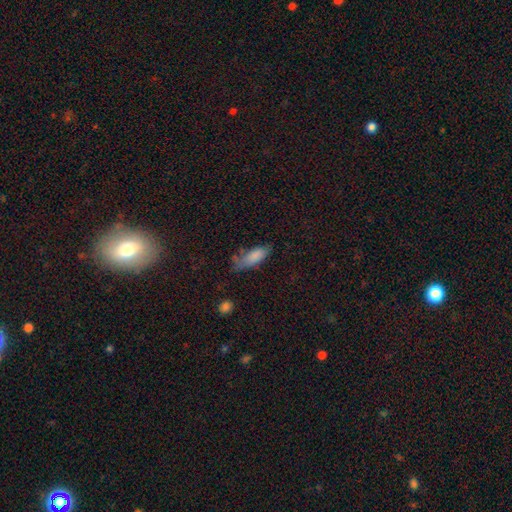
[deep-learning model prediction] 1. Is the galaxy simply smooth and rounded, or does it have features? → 81% smooth, 10% featured or disk, 9% star or artifact.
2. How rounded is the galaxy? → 73% in between, 24% cigar-shaped, 2% round.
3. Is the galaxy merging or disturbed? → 47% none, 34% minor disturbance, 14% major disturbance, 5% merger.